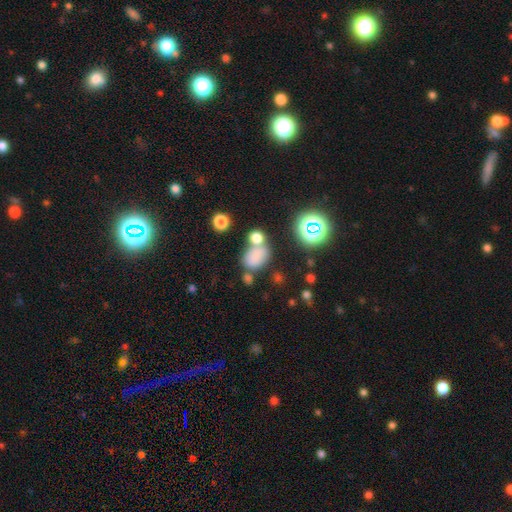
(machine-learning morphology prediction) smooth-or-featured: smooth: 73% | star or artifact: 18% | featured or disk: 9%
  how-rounded: in between: 74% | round: 25% | cigar-shaped: 2%
  merging: none: 49% | merger: 29% | minor disturbance: 15% | major disturbance: 7%